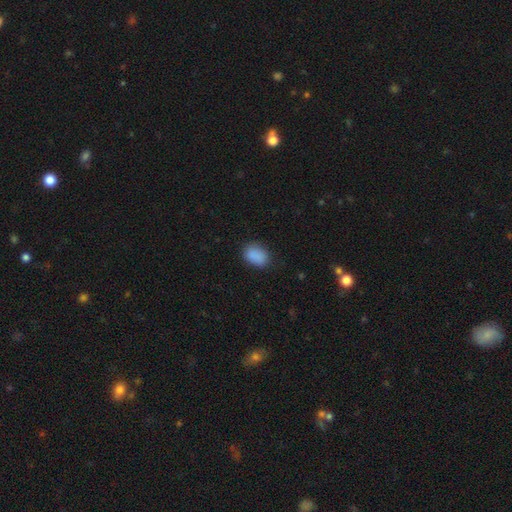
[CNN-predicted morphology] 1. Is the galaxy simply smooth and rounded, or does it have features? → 88% smooth, 8% star or artifact, 3% featured or disk.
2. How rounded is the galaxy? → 79% in between, 19% round, 1% cigar-shaped.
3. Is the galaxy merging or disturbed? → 82% none, 14% minor disturbance, 3% major disturbance, 1% merger.